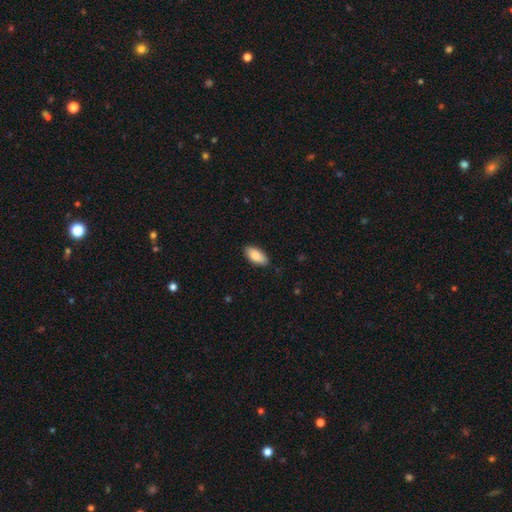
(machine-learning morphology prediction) Smooth or featured?
  - smooth: 87% *
  - featured or disk: 7%
  - star or artifact: 6%
How rounded?
  - in between: 92% *
  - cigar-shaped: 6%
  - round: 2%
Merging?
  - none: 87% *
  - minor disturbance: 10%
  - major disturbance: 2%
  - merger: 1%